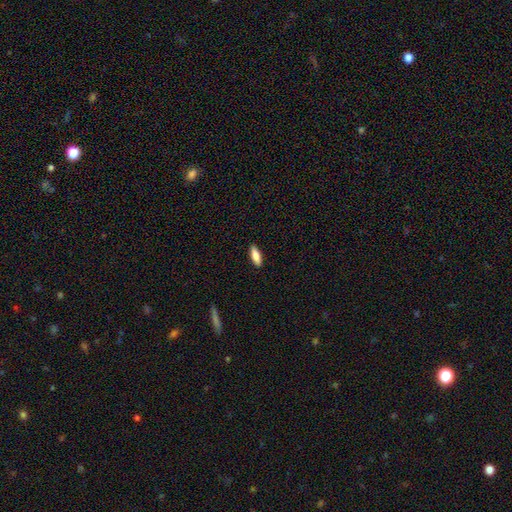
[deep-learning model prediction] smooth 82%, featured or disk 12%, star or artifact 6%. Down the decision tree: how rounded — in between (60%); merging — none (90%).